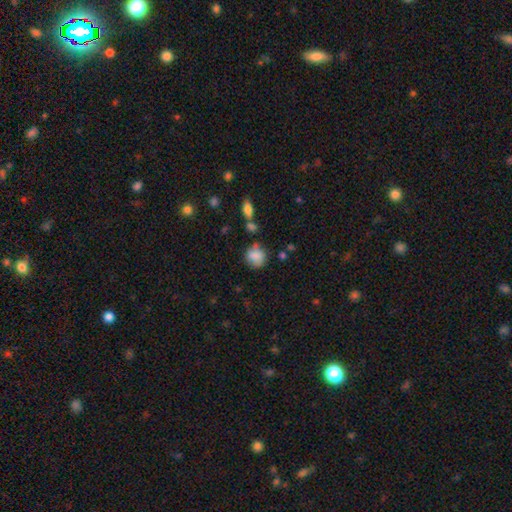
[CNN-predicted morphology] Q: Smooth or featured?
A: smooth (81%); runner-up: featured or disk (10%)
Q: How rounded?
A: round (74%); runner-up: in between (24%)
Q: Merging?
A: none (62%); runner-up: minor disturbance (22%)